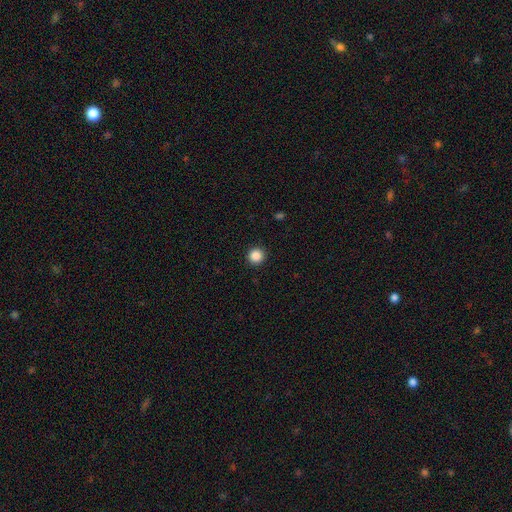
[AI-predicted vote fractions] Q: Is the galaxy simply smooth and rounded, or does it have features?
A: smooth — 87%.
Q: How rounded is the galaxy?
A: round — 96%.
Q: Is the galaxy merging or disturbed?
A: none — 93%.